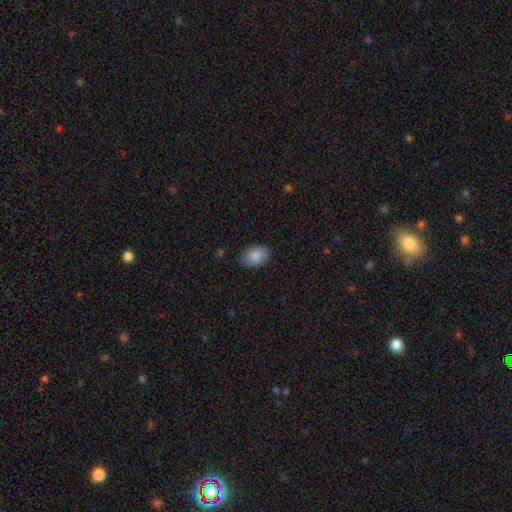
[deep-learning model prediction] Smooth or featured?
  - smooth: 86% *
  - star or artifact: 7%
  - featured or disk: 7%
How rounded?
  - in between: 84% *
  - round: 15%
  - cigar-shaped: 1%
Merging?
  - none: 78% *
  - minor disturbance: 17%
  - major disturbance: 4%
  - merger: 1%